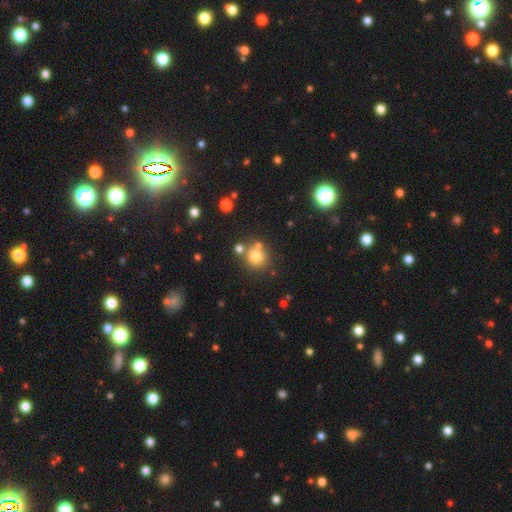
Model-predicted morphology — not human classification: Smooth or featured? Predicted: smooth (p=0.75). How rounded? Predicted: round (p=0.90). Merging? Predicted: none (p=0.69).